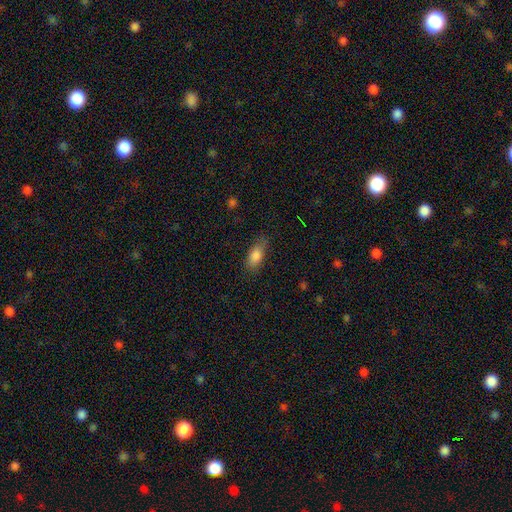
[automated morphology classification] type=smooth (83%); roundness=in between (83%); merging=none (73%).